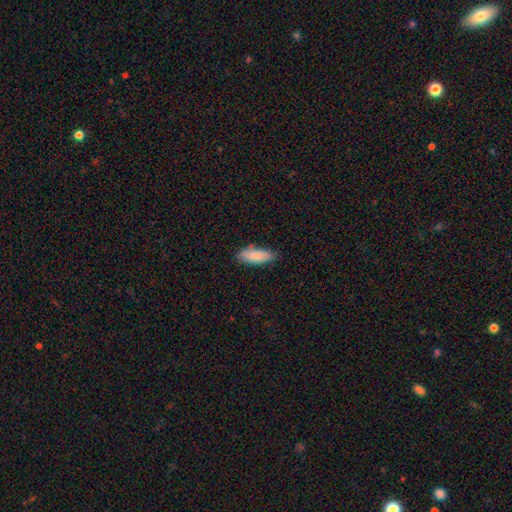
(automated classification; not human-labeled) Smooth or featured: smooth — 85% (featured or disk — 9%)
How rounded: in between — 67% (cigar-shaped — 31%)
Merging: none — 77% (minor disturbance — 17%)